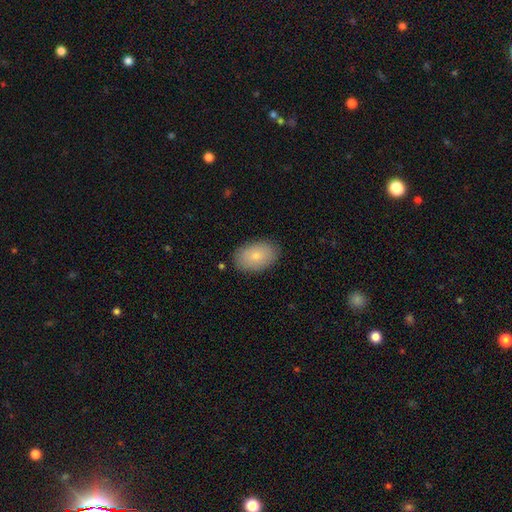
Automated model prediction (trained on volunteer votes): Smooth or featured?
  - smooth: 80% *
  - featured or disk: 13%
  - star or artifact: 7%
How rounded?
  - in between: 88% *
  - round: 11%
  - cigar-shaped: 1%
Merging?
  - none: 86% *
  - minor disturbance: 10%
  - major disturbance: 2%
  - merger: 1%